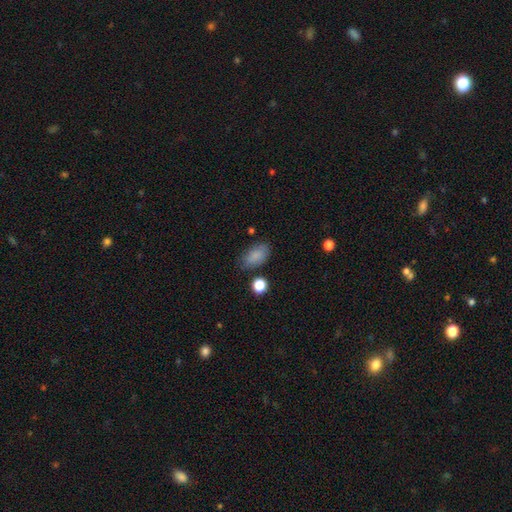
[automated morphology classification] A smooth galaxy with no disk features (85%) that is in between round and cigar-shaped (91%).

Vote fractions:
- Smooth or featured? smooth: 85% / star or artifact: 8% / featured or disk: 6%
- How rounded? in between: 91% / round: 6% / cigar-shaped: 3%
- Merging? none: 75% / minor disturbance: 17% / major disturbance: 4% / merger: 3%